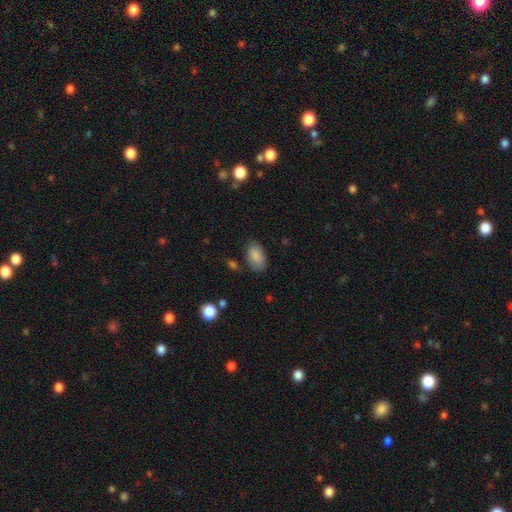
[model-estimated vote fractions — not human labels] Overall: smooth (87%). How rounded: in between (93%). Merging: none (75%).